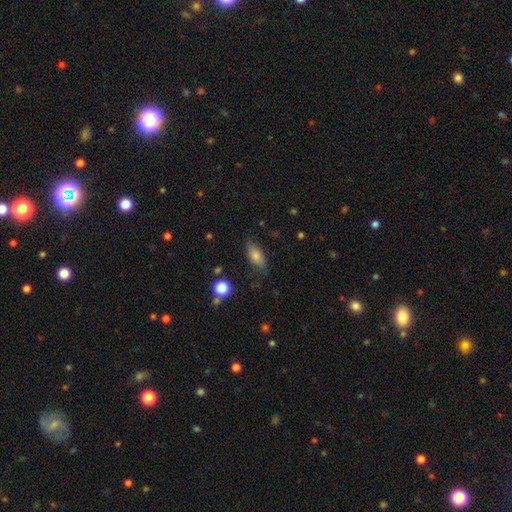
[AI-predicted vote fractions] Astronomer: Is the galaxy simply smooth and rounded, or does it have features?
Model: smooth — 72%.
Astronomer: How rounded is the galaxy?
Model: in between — 80%.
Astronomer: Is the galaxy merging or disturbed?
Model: none — 75%.